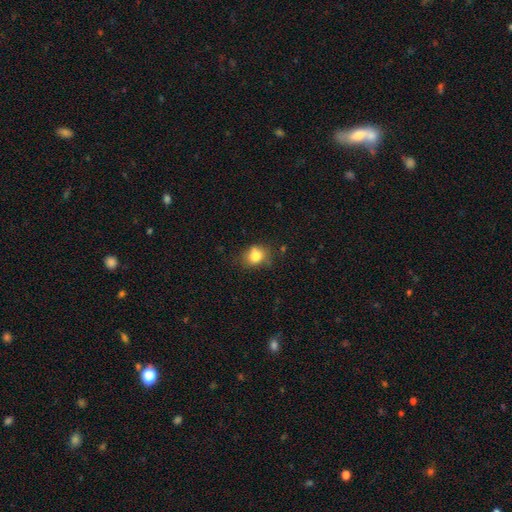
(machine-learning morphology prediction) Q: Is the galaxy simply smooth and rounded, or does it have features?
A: smooth — 80%.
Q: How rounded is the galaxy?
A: round — 60%.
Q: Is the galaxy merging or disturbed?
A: none — 66%.